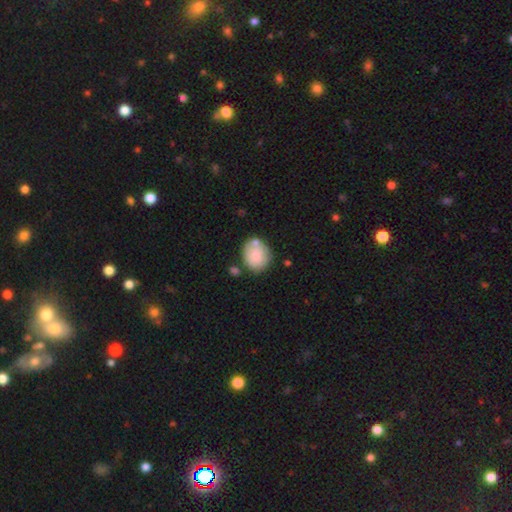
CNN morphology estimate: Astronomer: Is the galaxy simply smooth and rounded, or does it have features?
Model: smooth — 78%.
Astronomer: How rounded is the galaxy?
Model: round — 68%.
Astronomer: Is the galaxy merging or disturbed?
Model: none — 60%.